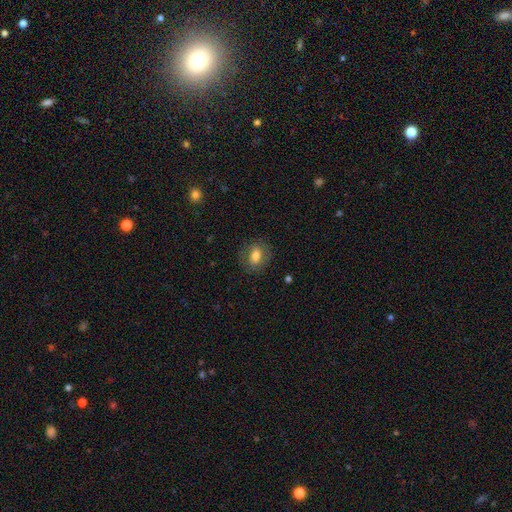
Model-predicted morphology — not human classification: smooth_or_featured: smooth (p=0.72) [alt: featured or disk p=0.20]
how_rounded: in between (p=0.59) [alt: round p=0.40]
merging: none (p=0.82) [alt: minor disturbance p=0.12]